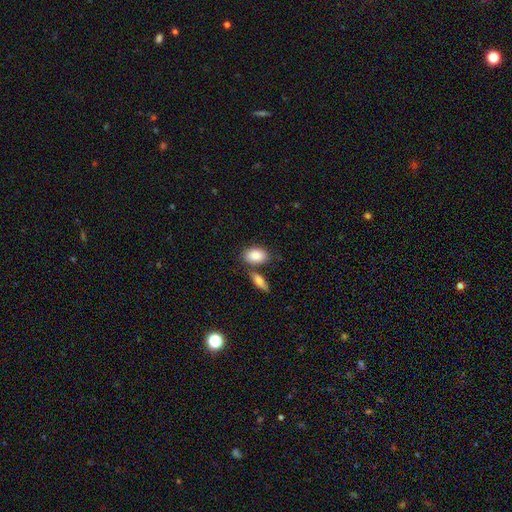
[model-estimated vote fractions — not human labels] Overall: smooth (85%). How rounded: in between (89%). Merging: none (63%).